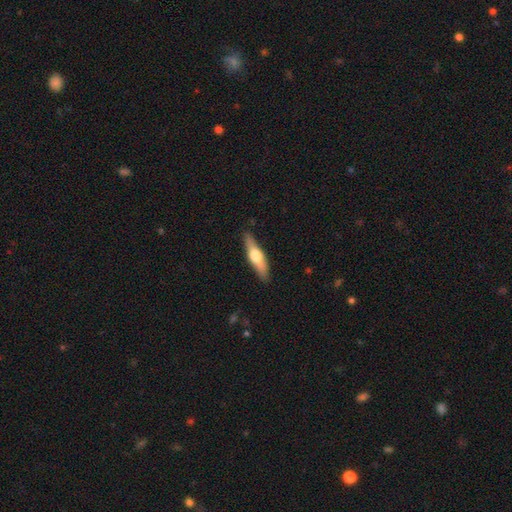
This is possibly a featured or disk galaxy (52%). It is clearly viewed edge-on (100%). Edge-on bulge: clearly rounded (95%). Merging: clearly none (81%).